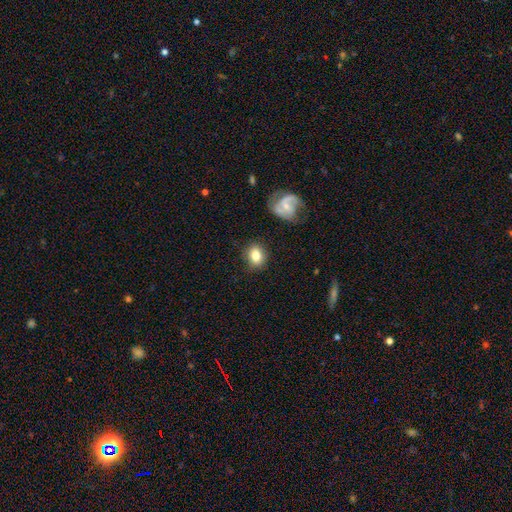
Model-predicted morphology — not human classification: A smooth galaxy with no disk features (79%) that is in between round and cigar-shaped (55%). Merging: none (79%).